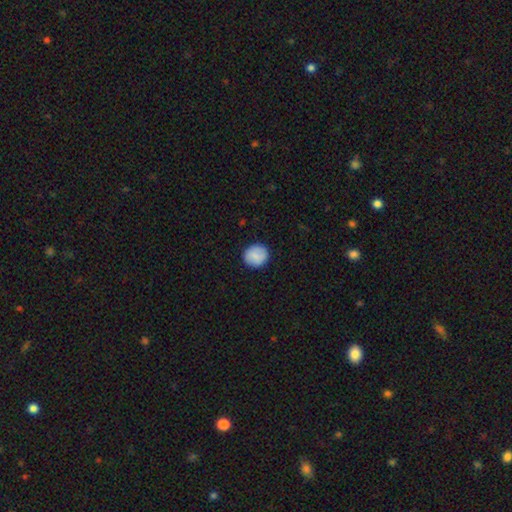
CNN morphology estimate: smooth_or_featured: smooth (p=0.86) [alt: featured or disk p=0.07]
how_rounded: round (p=0.85) [alt: in between p=0.14]
merging: none (p=0.90) [alt: minor disturbance p=0.07]